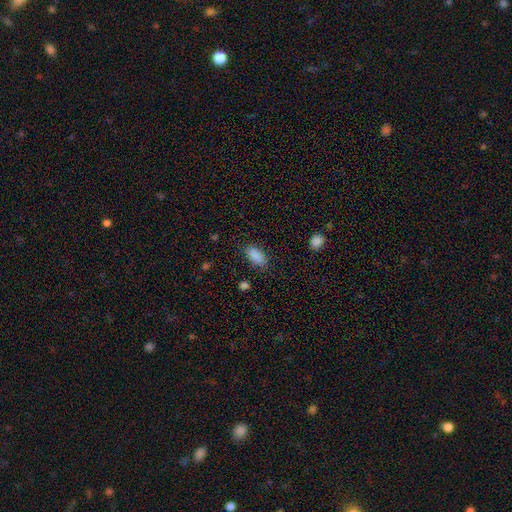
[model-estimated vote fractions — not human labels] smooth 88%, star or artifact 8%, featured or disk 4%. Down the decision tree: how rounded — in between (90%); merging — none (82%).